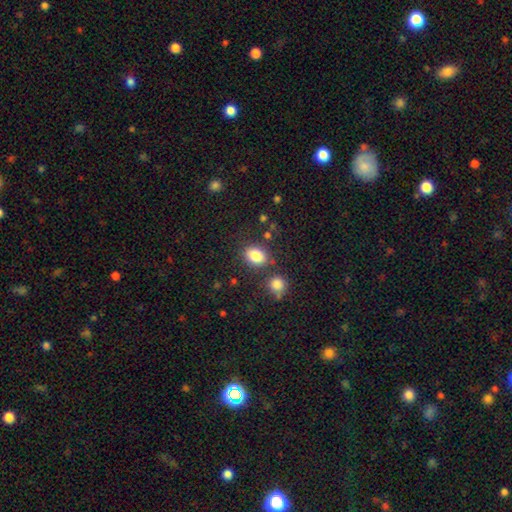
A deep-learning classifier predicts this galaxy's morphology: Smooth or featured?
  - smooth: 84% *
  - star or artifact: 10%
  - featured or disk: 6%
How rounded?
  - in between: 66% *
  - round: 33%
  - cigar-shaped: 1%
Merging?
  - none: 74% *
  - minor disturbance: 12%
  - merger: 10%
  - major disturbance: 4%